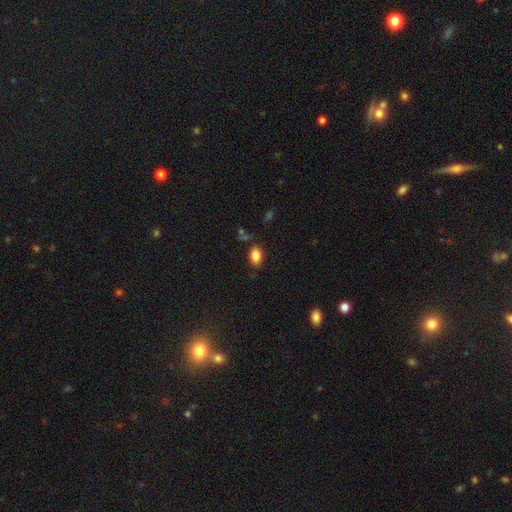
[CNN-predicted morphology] type=smooth (85%); roundness=in between (86%); merging=none (81%).